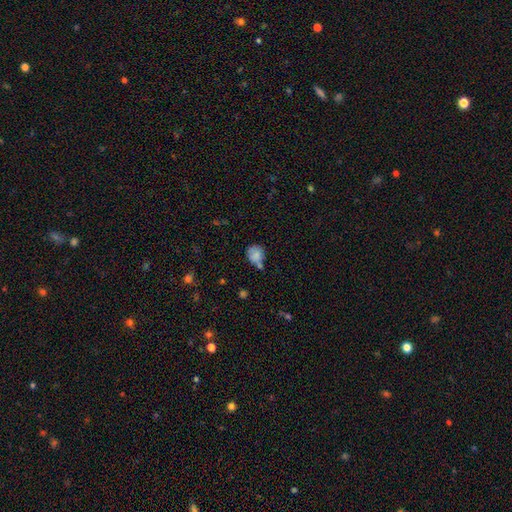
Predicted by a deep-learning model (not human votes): smooth_or_featured: smooth (p=0.80) [alt: featured or disk p=0.10]
how_rounded: round (p=0.73) [alt: in between p=0.26]
merging: none (p=0.47) [alt: minor disturbance p=0.25]